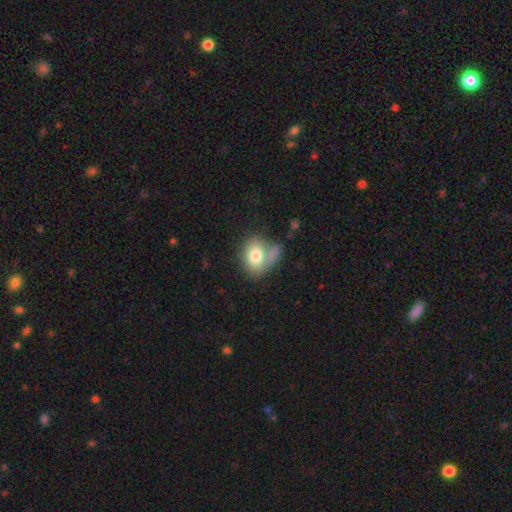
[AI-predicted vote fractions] A smooth galaxy with no disk features (76%) that is in between round and cigar-shaped (60%).

Vote fractions:
- Smooth or featured? smooth: 76% / featured or disk: 16% / star or artifact: 8%
- How rounded? in between: 60% / round: 39% / cigar-shaped: 1%
- Merging? none: 34% / merger: 32% / minor disturbance: 20% / major disturbance: 14%